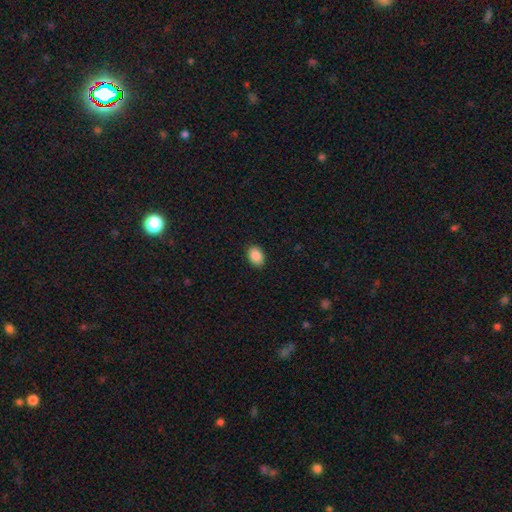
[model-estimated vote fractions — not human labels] Morphology: type=smooth (89%); roundness=in between (80%); merging=none (89%).